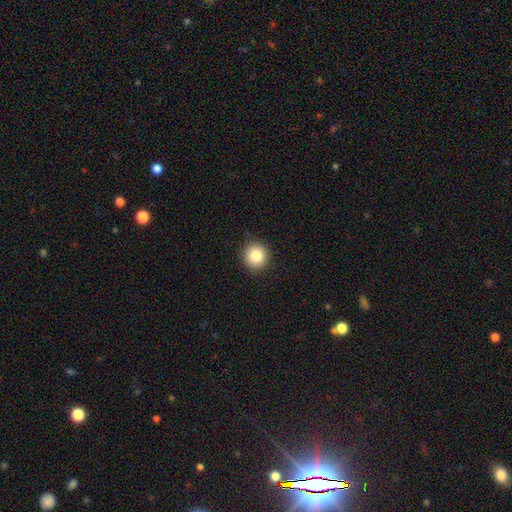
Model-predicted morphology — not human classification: Q: Smooth or featured?
A: smooth (82%); runner-up: star or artifact (10%)
Q: How rounded?
A: round (93%); runner-up: in between (6%)
Q: Merging?
A: none (92%); runner-up: minor disturbance (6%)